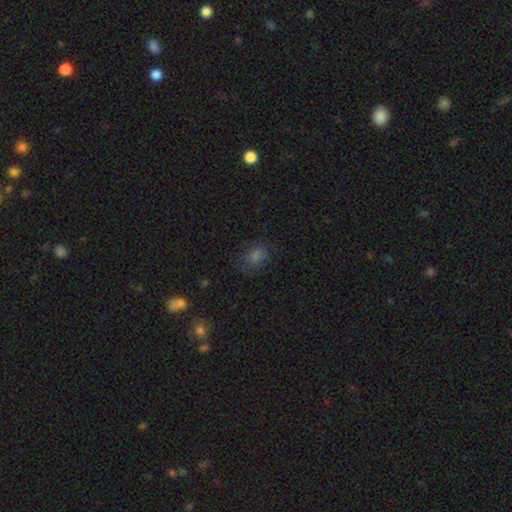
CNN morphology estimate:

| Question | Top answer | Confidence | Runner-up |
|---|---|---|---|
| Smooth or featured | smooth | 65% | star or artifact (24%) |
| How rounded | in between | 57% | round (41%) |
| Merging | none | 72% | minor disturbance (19%) |